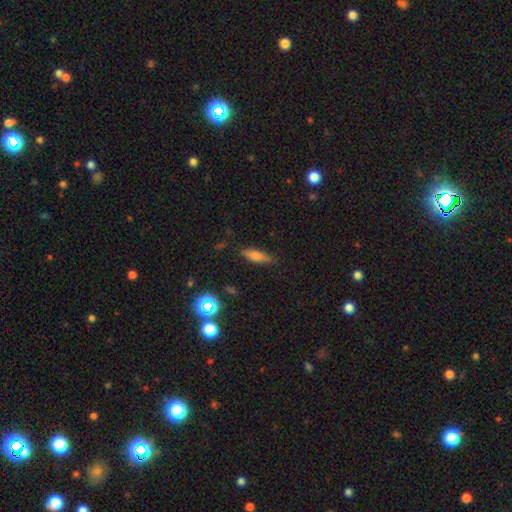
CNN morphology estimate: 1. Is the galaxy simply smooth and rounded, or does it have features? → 64% smooth, 24% featured or disk, 12% star or artifact.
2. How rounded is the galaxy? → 59% cigar-shaped, 38% in between, 4% round.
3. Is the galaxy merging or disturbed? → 84% none, 12% minor disturbance, 3% major disturbance, 2% merger.